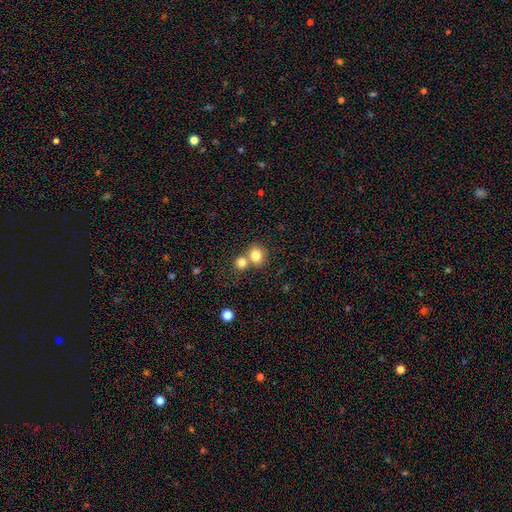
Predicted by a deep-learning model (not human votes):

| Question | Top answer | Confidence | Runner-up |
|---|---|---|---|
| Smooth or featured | smooth | 81% | star or artifact (10%) |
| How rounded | round | 72% | in between (27%) |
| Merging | none | 46% | merger (44%) |